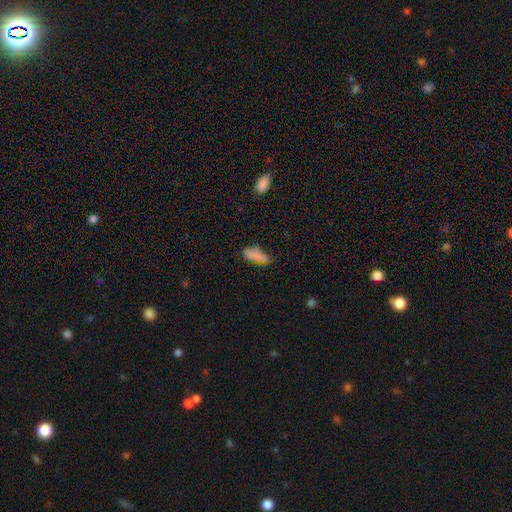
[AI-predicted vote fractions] Smooth or featured? Predicted: smooth (p=0.80). How rounded? Predicted: in between (p=0.59). Merging? Predicted: none (p=0.49).